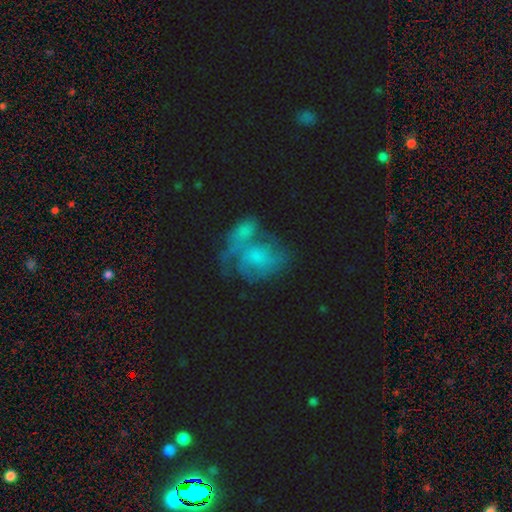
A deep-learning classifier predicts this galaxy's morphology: Overall: featured or disk (59%; smooth 32%). Edge-on disk: no (97%). Bar: no (74%). Spiral arms: yes (71%). Bulge size: small (55%; moderate 25%). Merging: merger (39%; none 29%).